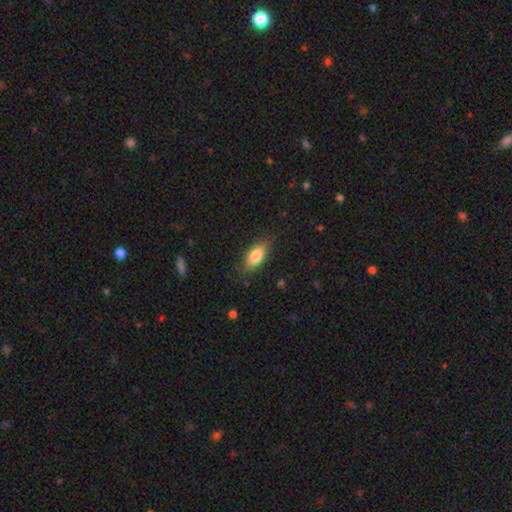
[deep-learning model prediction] A smooth galaxy with no disk features (81%) that is in between round and cigar-shaped (81%). Merging: none (81%).